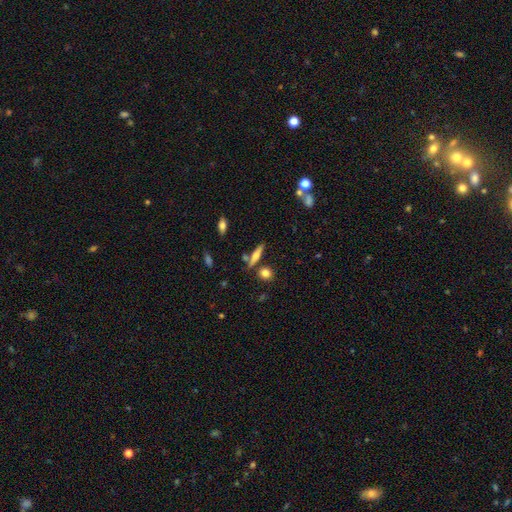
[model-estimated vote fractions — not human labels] This is possibly a smooth galaxy (54%). How rounded: likely cigar-shaped (71%). Merging: likely none (72%).